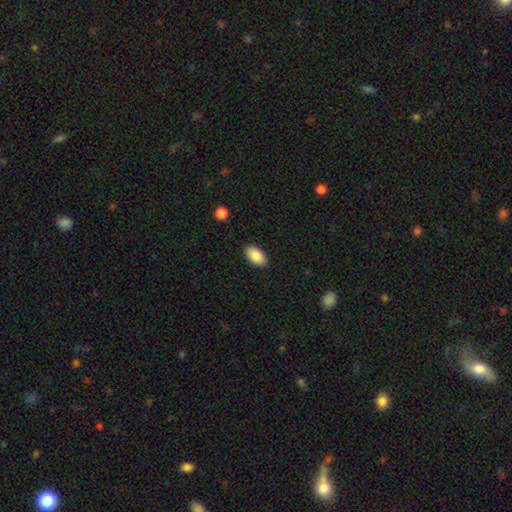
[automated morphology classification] Q: Smooth or featured?
A: smooth (87%); runner-up: star or artifact (7%)
Q: How rounded?
A: in between (95%); runner-up: round (4%)
Q: Merging?
A: none (88%); runner-up: minor disturbance (9%)